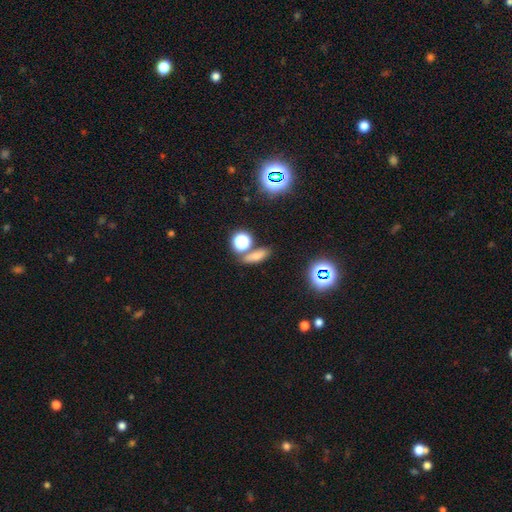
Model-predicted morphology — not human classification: Smooth or featured? smooth (66%)
How rounded? in between (49%)
Merging? none (73%)